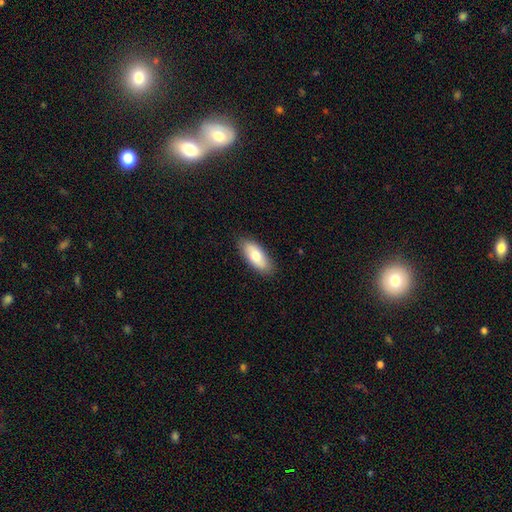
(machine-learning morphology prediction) This appears to be a smooth galaxy with no disk features (74%) that is in between round and cigar-shaped (84%). Merging: none (86%).